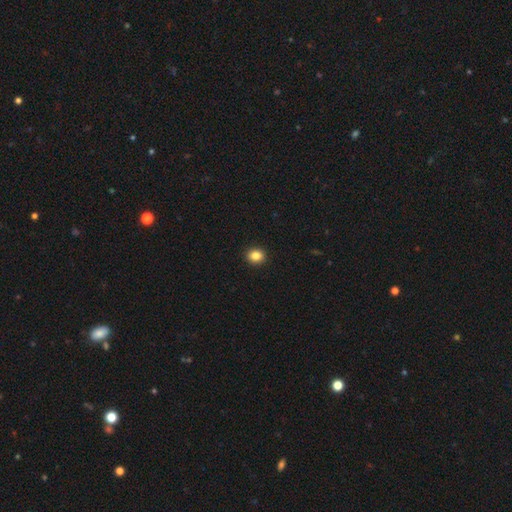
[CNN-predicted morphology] A smooth galaxy with no disk features (85%) that is round (72%).

Vote fractions:
- Smooth or featured? smooth: 85% / star or artifact: 11% / featured or disk: 5%
- How rounded? round: 72% / in between: 27% / cigar-shaped: 1%
- Merging? none: 93% / minor disturbance: 5% / major disturbance: 2% / merger: 1%